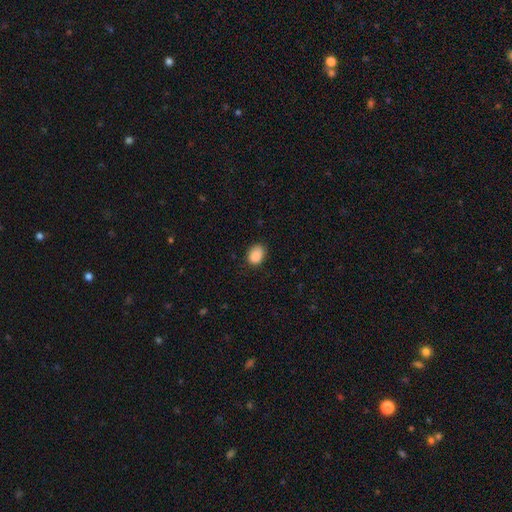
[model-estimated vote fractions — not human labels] smooth 88%, star or artifact 8%, featured or disk 4%. Down the decision tree: how rounded — in between (65%); merging — none (73%).